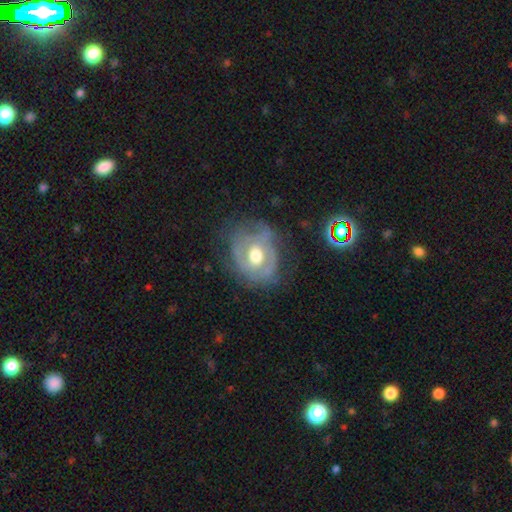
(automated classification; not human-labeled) Smooth or featured? featured or disk (70%)
Edge-on disk? no (96%)
Bar? no (66%)
Spiral arms? yes (66%)
Bulge size? moderate (70%)
Merging? none (55%)